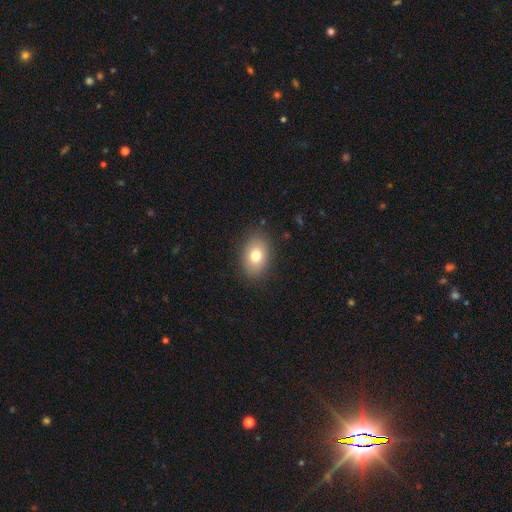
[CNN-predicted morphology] A smooth galaxy with no disk features (78%) that is in between round and cigar-shaped (79%). Merging: none (85%).